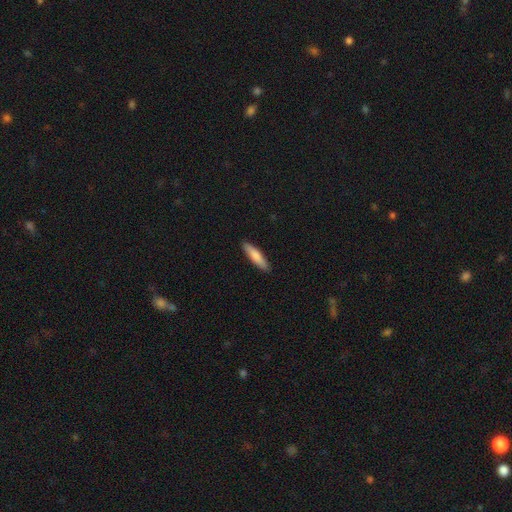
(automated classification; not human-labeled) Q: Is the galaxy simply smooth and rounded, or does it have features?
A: smooth — 79%.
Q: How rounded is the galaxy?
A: cigar-shaped — 80%.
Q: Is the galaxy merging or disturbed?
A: none — 90%.